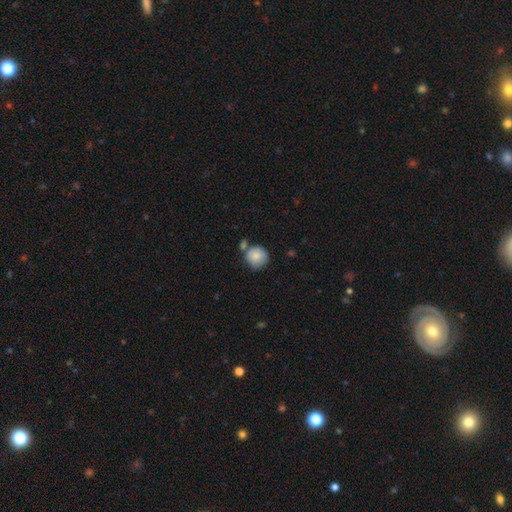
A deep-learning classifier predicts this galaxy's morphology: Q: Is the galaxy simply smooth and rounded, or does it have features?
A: smooth — 84%.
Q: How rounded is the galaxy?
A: round — 89%.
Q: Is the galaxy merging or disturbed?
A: none — 58%.